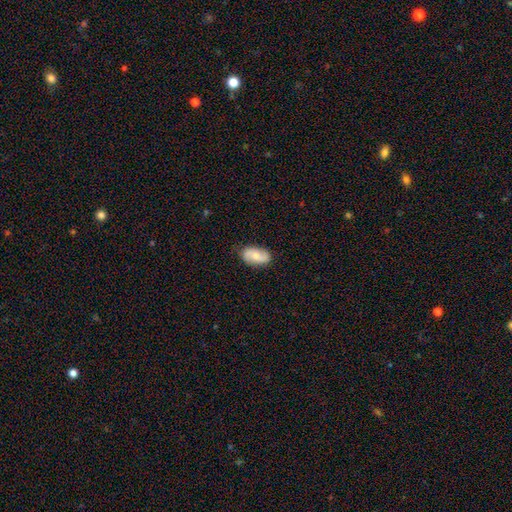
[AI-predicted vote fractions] Smooth or featured?
  - smooth: 48% *
  - featured or disk: 45%
  - star or artifact: 7%
Merging?
  - none: 78% *
  - minor disturbance: 17%
  - major disturbance: 4%
  - merger: 1%